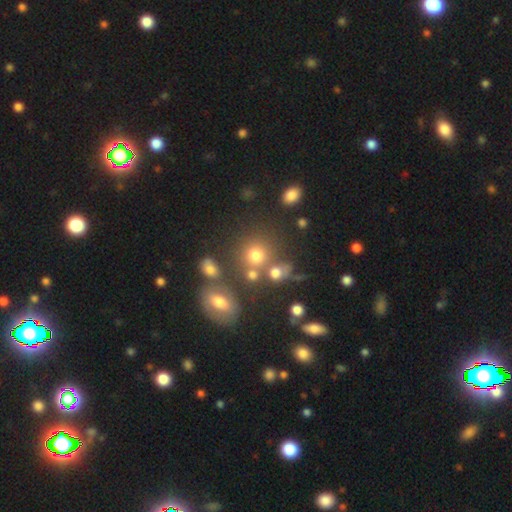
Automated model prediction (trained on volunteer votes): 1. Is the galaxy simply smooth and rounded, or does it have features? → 72% smooth, 17% star or artifact, 11% featured or disk.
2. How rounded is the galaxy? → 81% round, 18% in between, 1% cigar-shaped.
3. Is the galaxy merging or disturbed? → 59% none, 22% merger, 12% minor disturbance, 7% major disturbance.